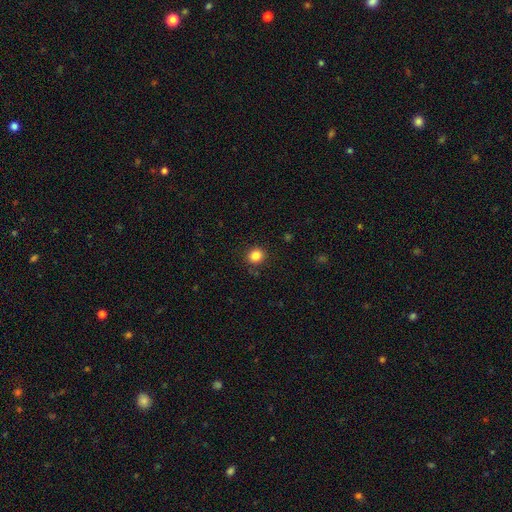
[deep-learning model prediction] A smooth galaxy with no disk features (84%) that is round (85%). Merging: none (88%).